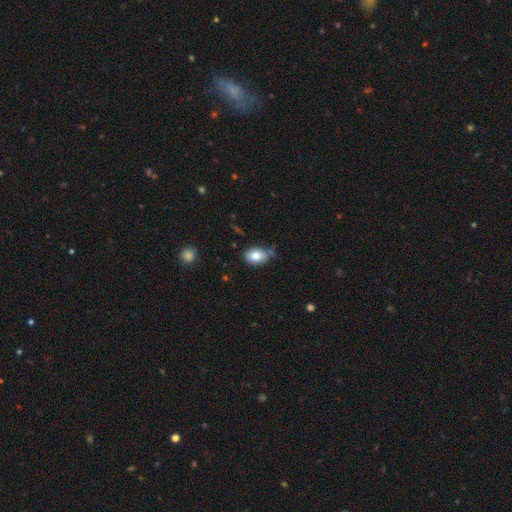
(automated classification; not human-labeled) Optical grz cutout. It shows a smooth galaxy with no disk features (82%) that is in between round and cigar-shaped (83%). Merging: none (67%).